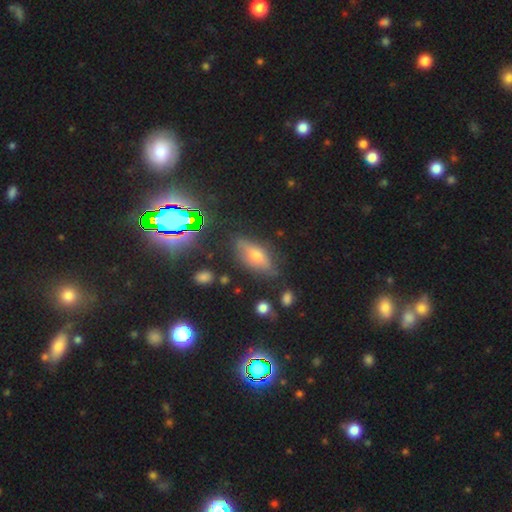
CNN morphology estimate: smooth_or_featured: smooth (p=0.49) [alt: featured or disk p=0.32]
merging: none (p=0.75) [alt: minor disturbance p=0.17]